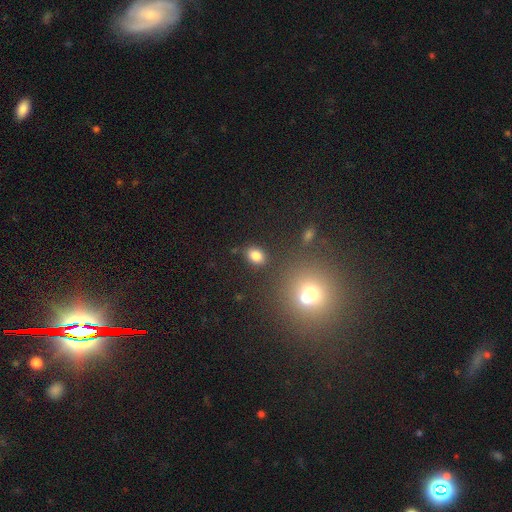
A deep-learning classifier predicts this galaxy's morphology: type=smooth (82%); roundness=in between (74%); merging=none (82%).